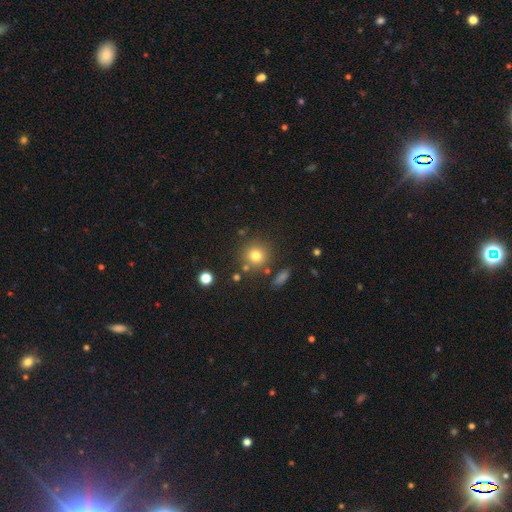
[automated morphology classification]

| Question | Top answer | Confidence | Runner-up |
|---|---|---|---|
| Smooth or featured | smooth | 77% | star or artifact (14%) |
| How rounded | round | 91% | in between (8%) |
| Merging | none | 80% | minor disturbance (9%) |